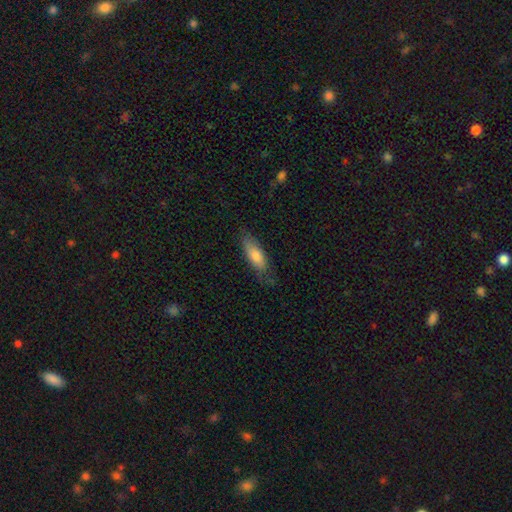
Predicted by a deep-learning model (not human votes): Morphology: type=smooth (76%); roundness=in between (64%); merging=none (70%).